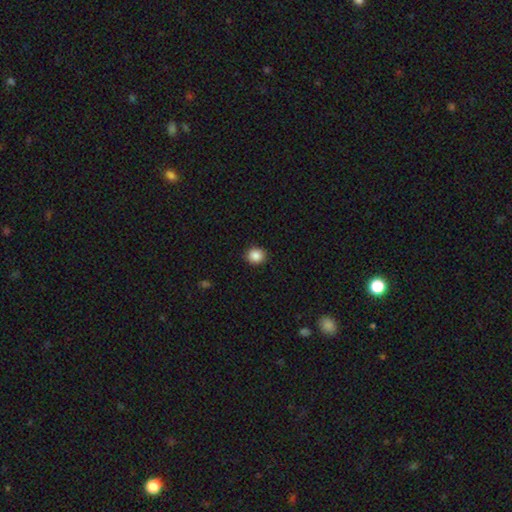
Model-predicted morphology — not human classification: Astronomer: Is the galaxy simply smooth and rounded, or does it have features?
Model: smooth — 88%.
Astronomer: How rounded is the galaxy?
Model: round — 80%.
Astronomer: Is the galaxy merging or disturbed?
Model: none — 91%.